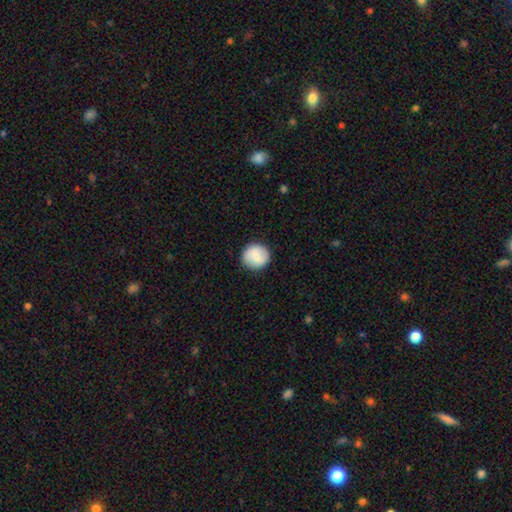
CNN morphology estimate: This appears to be a smooth galaxy with no disk features (78%) that is round (92%). Merging: none (89%).